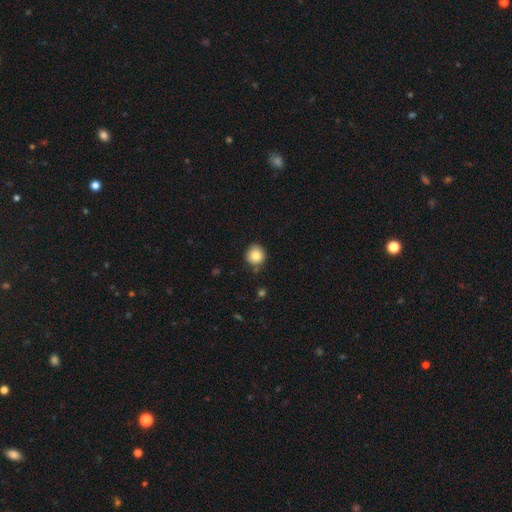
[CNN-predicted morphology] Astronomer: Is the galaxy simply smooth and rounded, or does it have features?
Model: smooth — 84%.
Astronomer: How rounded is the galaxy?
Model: round — 93%.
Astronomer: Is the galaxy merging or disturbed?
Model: none — 84%.